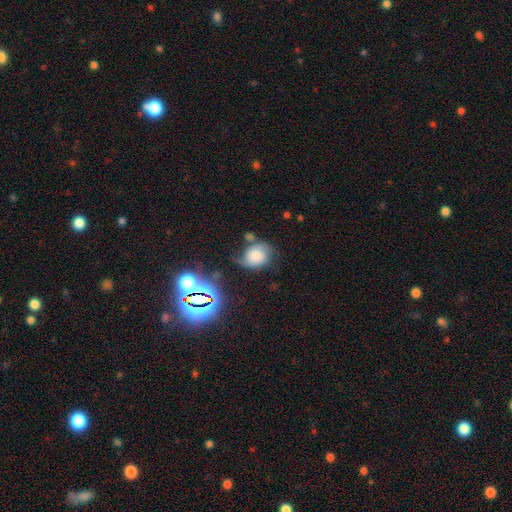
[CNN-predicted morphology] A smooth galaxy with no disk features (50%). Merging: none (46%).